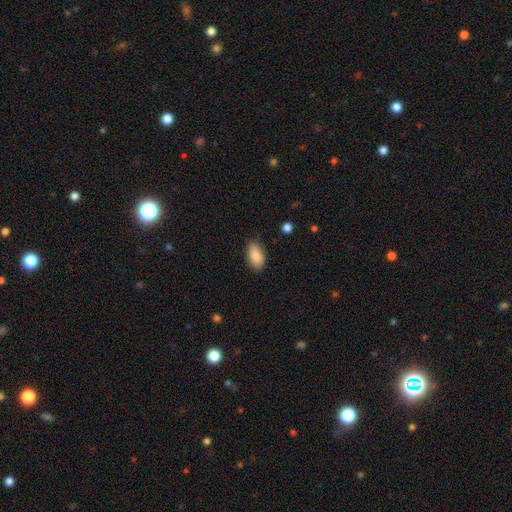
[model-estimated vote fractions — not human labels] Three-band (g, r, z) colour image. It shows a smooth galaxy with no disk features (87%) that is in between round and cigar-shaped (93%). Merging: none (84%).